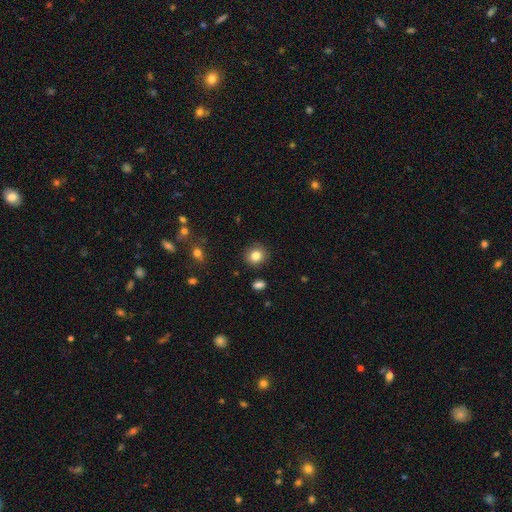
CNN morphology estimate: Smooth or featured? smooth (83%)
How rounded? round (86%)
Merging? none (89%)